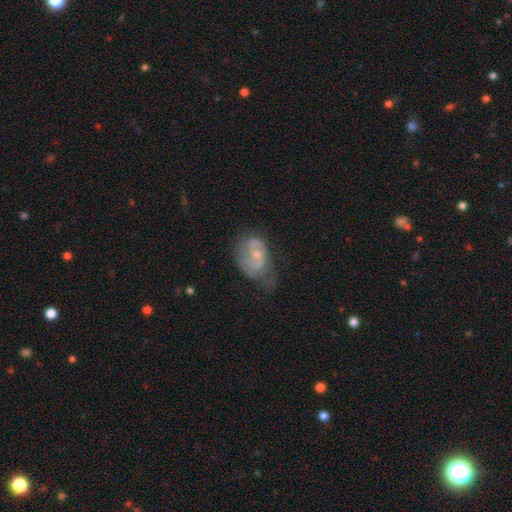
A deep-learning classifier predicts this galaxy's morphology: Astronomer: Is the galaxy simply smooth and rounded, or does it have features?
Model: featured or disk — 65%.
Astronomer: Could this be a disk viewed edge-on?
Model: no — 97%.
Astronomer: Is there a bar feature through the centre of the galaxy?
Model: no — 52% (runner-up: weak, 40%).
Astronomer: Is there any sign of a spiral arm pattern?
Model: yes — 72%.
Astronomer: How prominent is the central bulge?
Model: small — 59%.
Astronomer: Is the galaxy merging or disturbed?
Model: none — 39% (runner-up: minor disturbance, 34%).